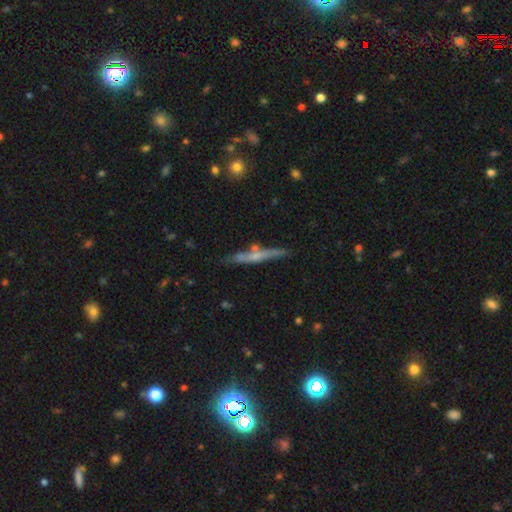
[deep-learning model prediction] A featured or disk galaxy (56%) viewed edge-on (93%) with no central bulge (49%).

Vote fractions:
- Smooth or featured? featured or disk: 56% / smooth: 36% / star or artifact: 8%
- Edge-on disk? yes: 93% / no: 7%
- Edge-on bulge? none: 49% / rounded: 44% / boxy: 8%
- Merging? none: 76% / minor disturbance: 14% / merger: 6% / major disturbance: 3%